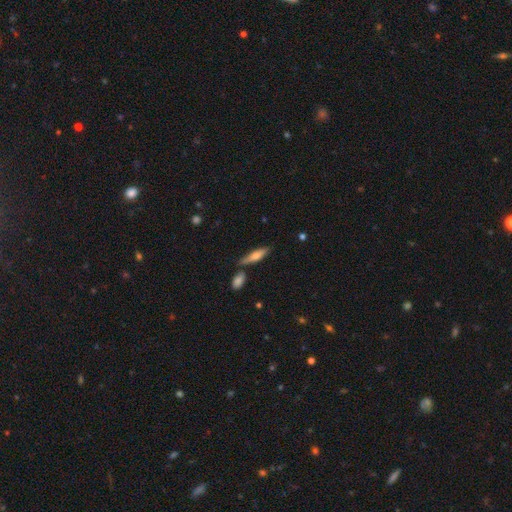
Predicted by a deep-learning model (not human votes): Smooth or featured? smooth (61%)
How rounded? cigar-shaped (65%)
Merging? none (65%)